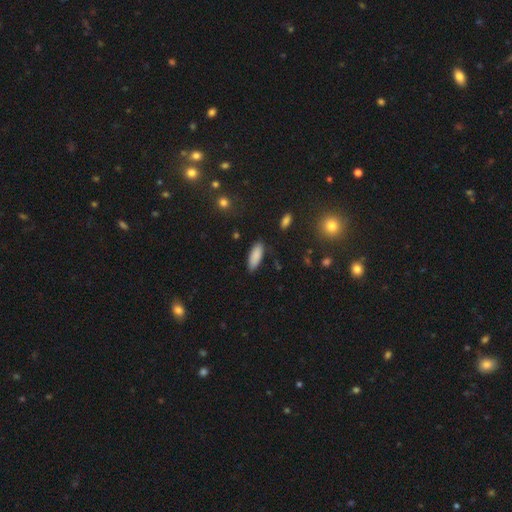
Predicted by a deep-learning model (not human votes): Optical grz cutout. It shows a smooth galaxy with no disk features (88%) that is in between round and cigar-shaped (76%). Merging: none (83%).